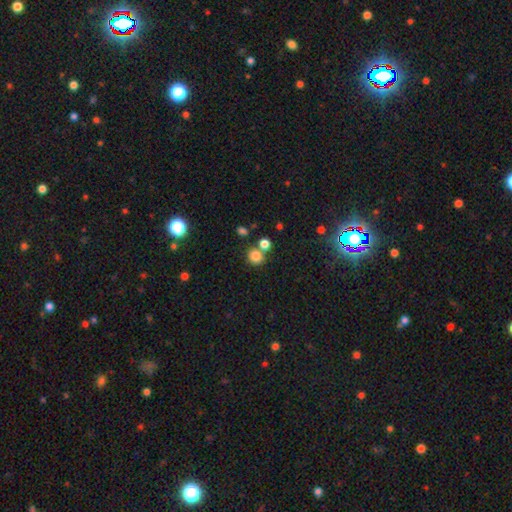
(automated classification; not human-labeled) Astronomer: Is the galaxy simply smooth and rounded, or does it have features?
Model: smooth — 81%.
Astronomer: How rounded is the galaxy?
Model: round — 85%.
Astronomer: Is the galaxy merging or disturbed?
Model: none — 65%.